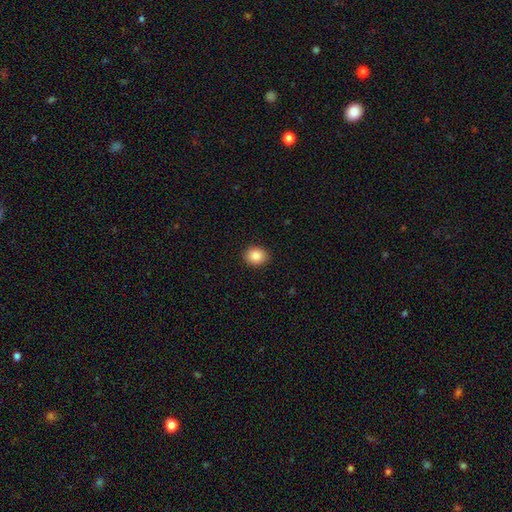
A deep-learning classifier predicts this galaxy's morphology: Q: Smooth or featured?
A: smooth (88%); runner-up: star or artifact (8%)
Q: How rounded?
A: round (60%); runner-up: in between (39%)
Q: Merging?
A: none (90%); runner-up: minor disturbance (7%)